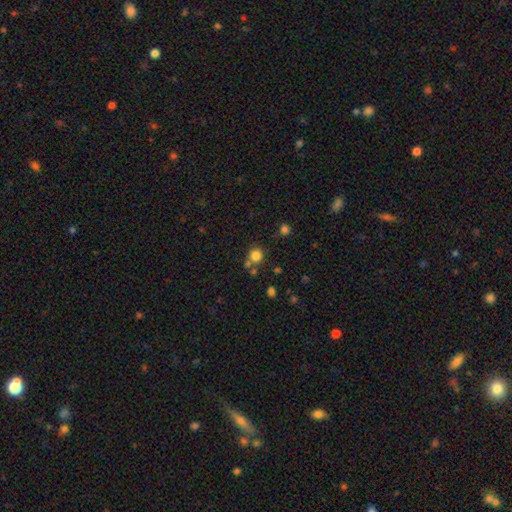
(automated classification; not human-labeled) The model was most divided on "merging": none: 70%, merger: 16%, minor disturbance: 10%, major disturbance: 4%. More confident: how rounded — round (90%); smooth or featured — smooth (81%).